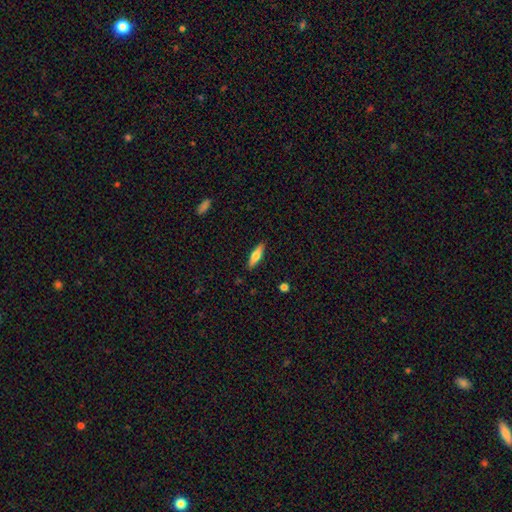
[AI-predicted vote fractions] Overall: smooth (62%; featured or disk 32%). How rounded: cigar-shaped (58%; in between 40%). Merging: none (88%).